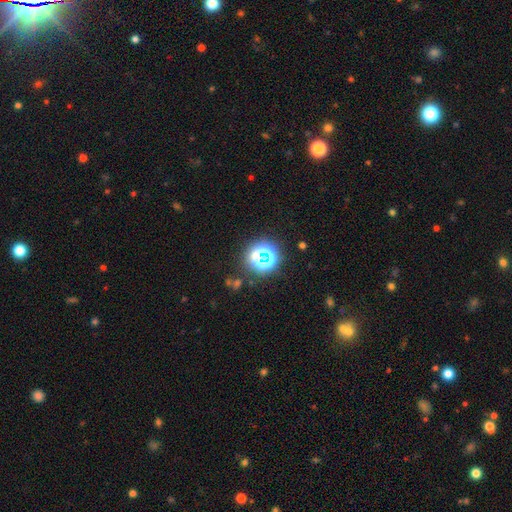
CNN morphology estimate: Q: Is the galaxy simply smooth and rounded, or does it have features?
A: star or artifact — 63%.